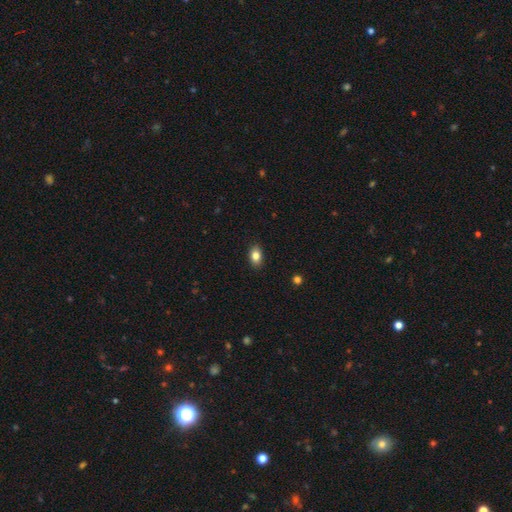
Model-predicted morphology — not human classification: The model was most divided on "how rounded": in between: 83%, round: 15%, cigar-shaped: 2%. More confident: merging — none (88%); smooth or featured — smooth (83%).